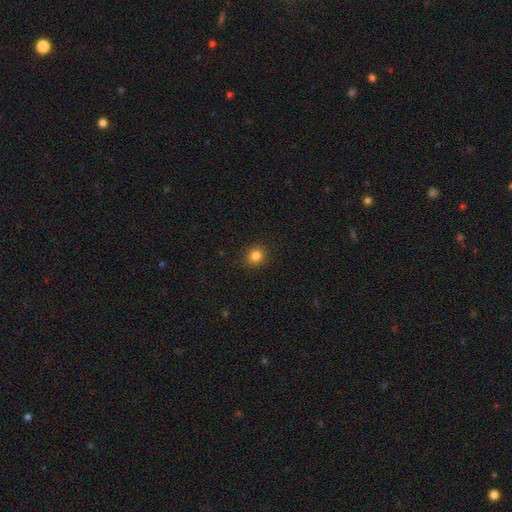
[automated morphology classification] The model was most divided on "how rounded": round: 81%, in between: 18%, cigar-shaped: 1%. More confident: merging — none (90%); smooth or featured — smooth (84%).